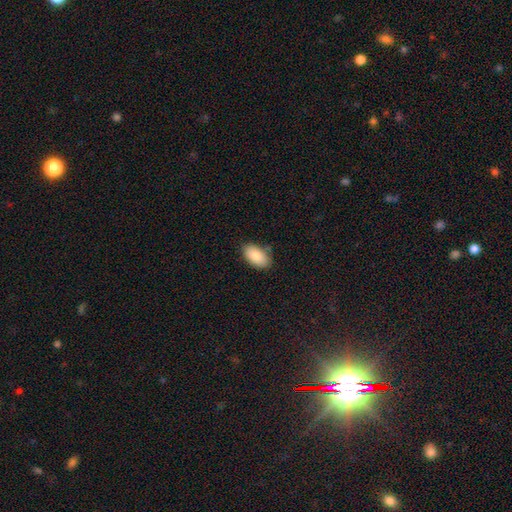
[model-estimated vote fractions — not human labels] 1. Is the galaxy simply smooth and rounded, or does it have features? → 86% smooth, 7% featured or disk, 7% star or artifact.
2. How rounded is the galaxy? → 94% in between, 4% round, 2% cigar-shaped.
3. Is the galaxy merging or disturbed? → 79% none, 16% minor disturbance, 3% major disturbance, 2% merger.